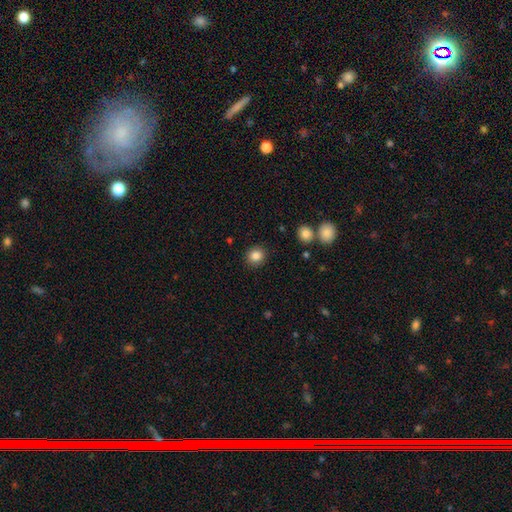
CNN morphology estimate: This appears to be a smooth galaxy with no disk features (85%) that is round (87%). Merging: none (91%).